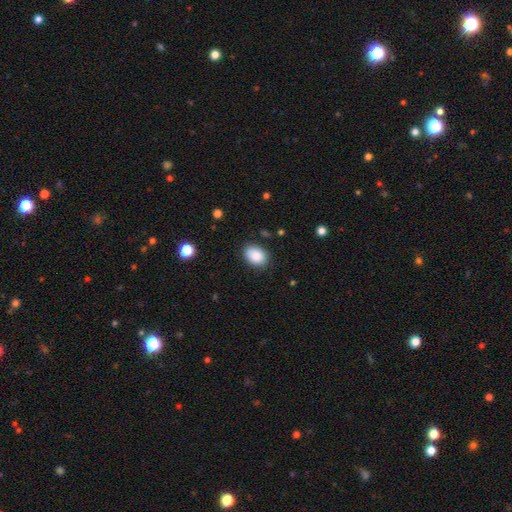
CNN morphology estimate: smooth_or_featured: smooth (p=0.88) [alt: star or artifact p=0.08]
how_rounded: in between (p=0.77) [alt: round p=0.22]
merging: none (p=0.83) [alt: minor disturbance p=0.13]